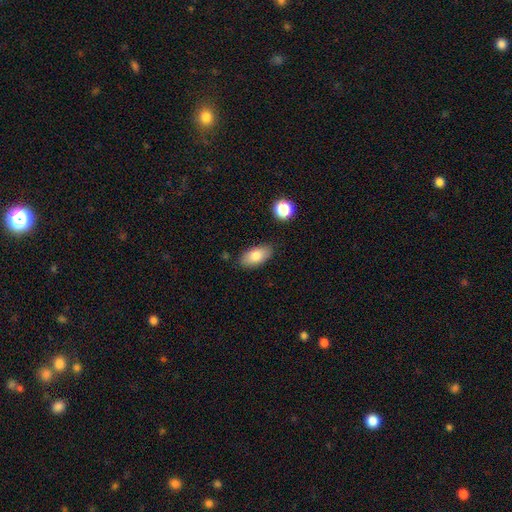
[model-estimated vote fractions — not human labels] smooth_or_featured: smooth (p=0.81) [alt: featured or disk p=0.11]
how_rounded: in between (p=0.91) [alt: cigar-shaped p=0.05]
merging: none (p=0.83) [alt: minor disturbance p=0.11]